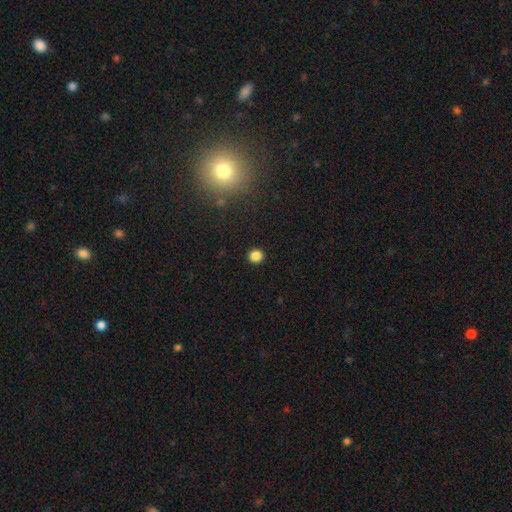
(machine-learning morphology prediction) Smooth or featured?
  - smooth: 84% *
  - star or artifact: 12%
  - featured or disk: 3%
How rounded?
  - round: 92% *
  - in between: 7%
  - cigar-shaped: 1%
Merging?
  - none: 92% *
  - minor disturbance: 5%
  - major disturbance: 2%
  - merger: 1%